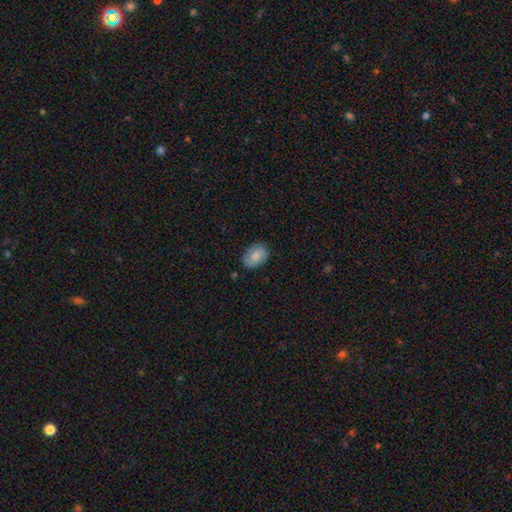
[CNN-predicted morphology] This is likely a smooth galaxy (78%). How rounded: clearly in between (81%). Merging: likely none (79%).